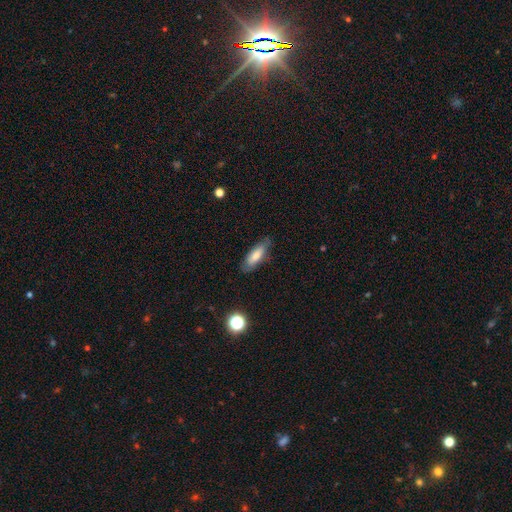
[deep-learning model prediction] This appears to be a smooth galaxy with no disk features (74%) that is in between round and cigar-shaped (59%). Merging: none (75%).